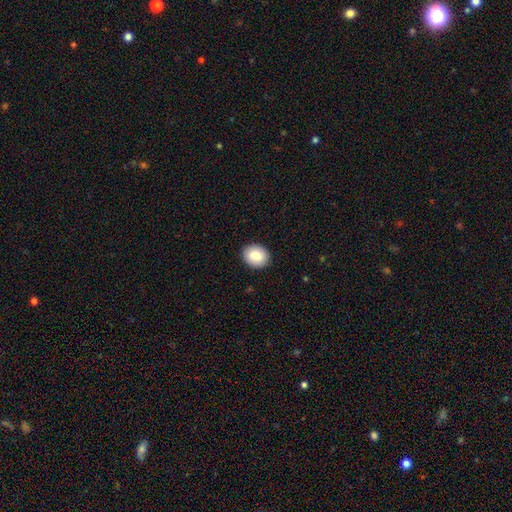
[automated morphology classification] smooth_or_featured: smooth (p=0.87) [alt: star or artifact p=0.07]
how_rounded: round (p=0.55) [alt: in between p=0.45]
merging: none (p=0.90) [alt: minor disturbance p=0.07]